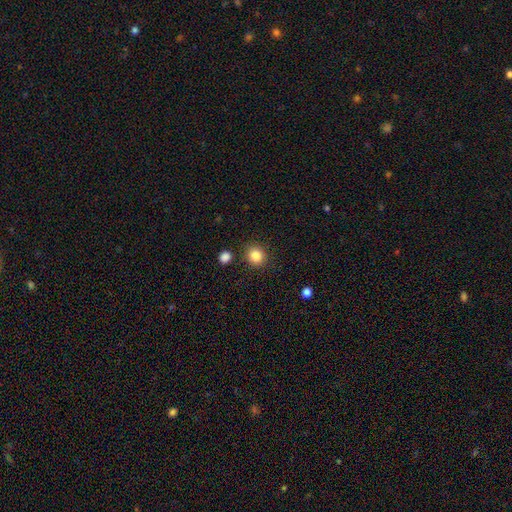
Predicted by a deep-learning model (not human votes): Smooth or featured: smooth — 85% (star or artifact — 10%)
How rounded: round — 83% (in between — 16%)
Merging: none — 86% (minor disturbance — 8%)